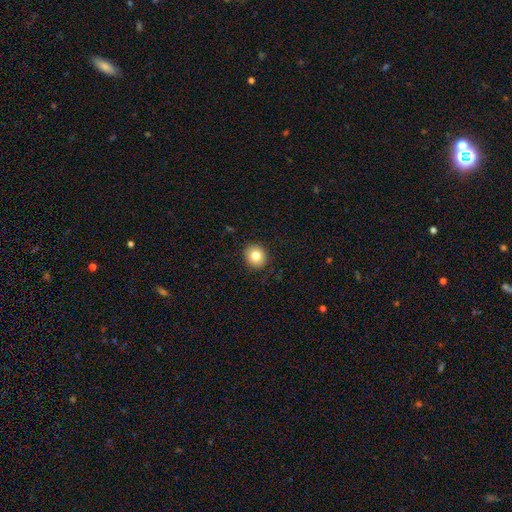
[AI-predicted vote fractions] This appears to be a smooth galaxy with no disk features (81%) that is round (85%). Merging: none (91%).